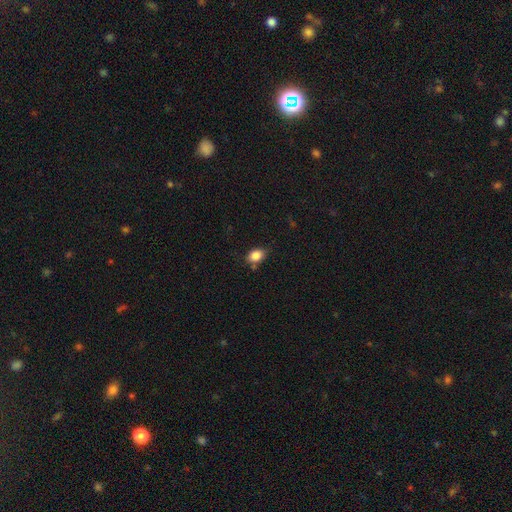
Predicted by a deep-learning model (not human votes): Smooth or featured? Predicted: smooth (p=0.86). How rounded? Predicted: in between (p=0.74). Merging? Predicted: none (p=0.73).